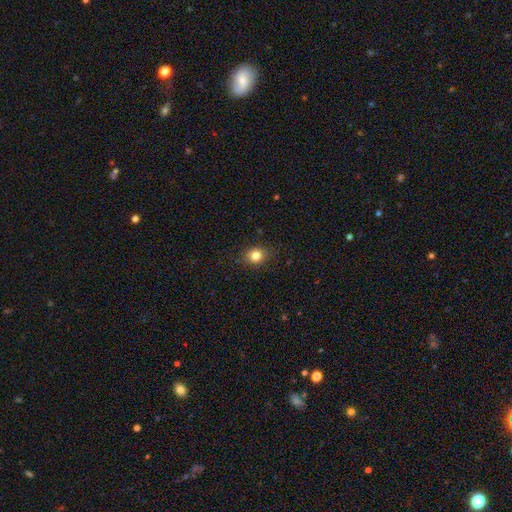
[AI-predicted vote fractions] This is clearly a smooth galaxy (82%). How rounded: likely round (71%). Merging: clearly none (84%).